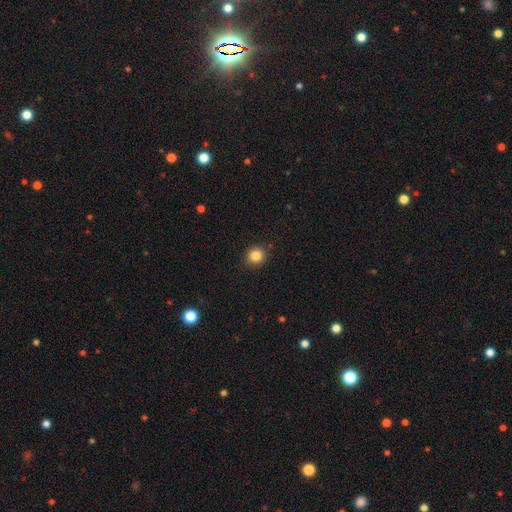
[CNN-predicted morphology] A smooth galaxy with no disk features (84%) that is round (88%).

Vote fractions:
- Smooth or featured? smooth: 84% / star or artifact: 11% / featured or disk: 5%
- How rounded? round: 88% / in between: 11% / cigar-shaped: 1%
- Merging? none: 90% / minor disturbance: 7% / major disturbance: 2% / merger: 1%